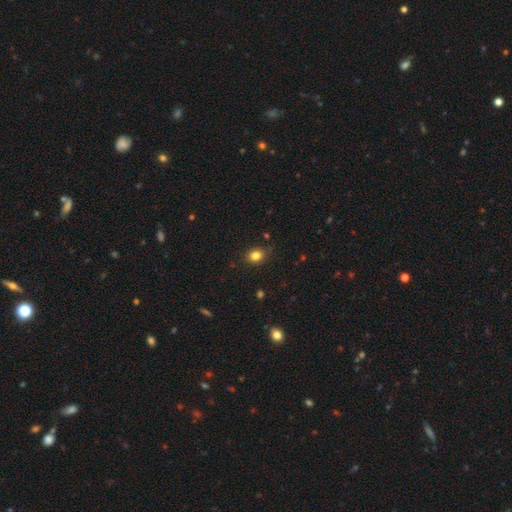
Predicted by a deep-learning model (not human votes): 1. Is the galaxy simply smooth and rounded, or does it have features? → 82% smooth, 12% star or artifact, 6% featured or disk.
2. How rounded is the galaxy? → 59% round, 40% in between, 1% cigar-shaped.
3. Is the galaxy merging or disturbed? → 81% none, 14% minor disturbance, 3% major disturbance, 1% merger.